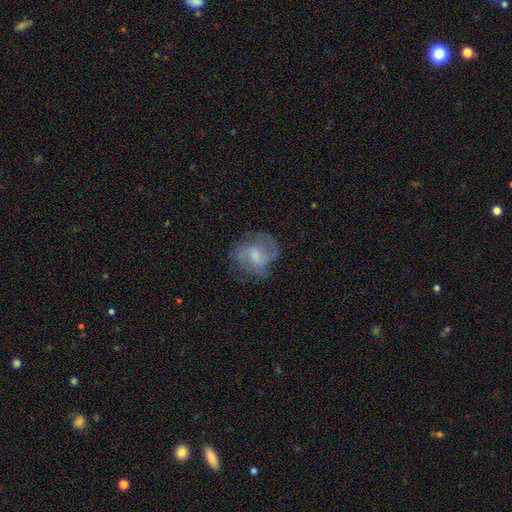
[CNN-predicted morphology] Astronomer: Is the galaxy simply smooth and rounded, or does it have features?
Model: featured or disk — 71%.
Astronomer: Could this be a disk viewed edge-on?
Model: no — 98%.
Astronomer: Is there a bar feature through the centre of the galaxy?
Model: weak — 53% (runner-up: no, 37%).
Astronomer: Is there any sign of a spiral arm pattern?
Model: yes — 86%.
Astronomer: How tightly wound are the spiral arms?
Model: medium — 47% (runner-up: loose, 32%).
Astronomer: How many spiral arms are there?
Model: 2 — 49%.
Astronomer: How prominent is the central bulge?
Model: small — 44% (runner-up: moderate, 34%).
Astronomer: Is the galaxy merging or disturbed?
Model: none — 59%.